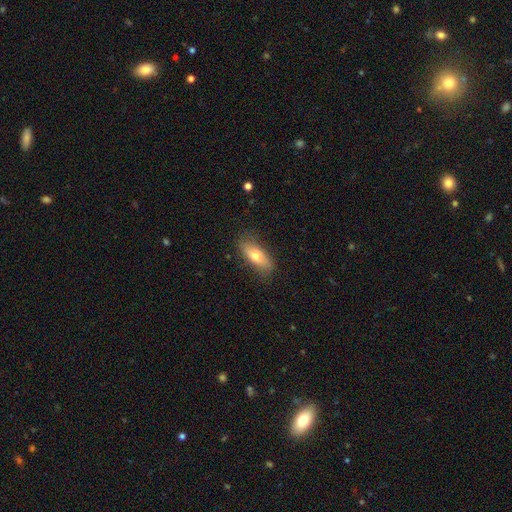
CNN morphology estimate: Smooth or featured: smooth — 65% (featured or disk — 28%)
How rounded: in between — 69% (cigar-shaped — 27%)
Merging: none — 78% (minor disturbance — 16%)